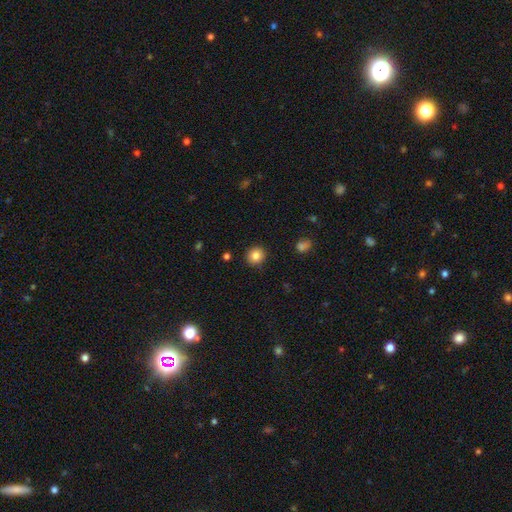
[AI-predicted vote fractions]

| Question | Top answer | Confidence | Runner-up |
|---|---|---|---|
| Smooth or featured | smooth | 83% | star or artifact (10%) |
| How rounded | round | 90% | in between (9%) |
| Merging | none | 91% | minor disturbance (6%) |